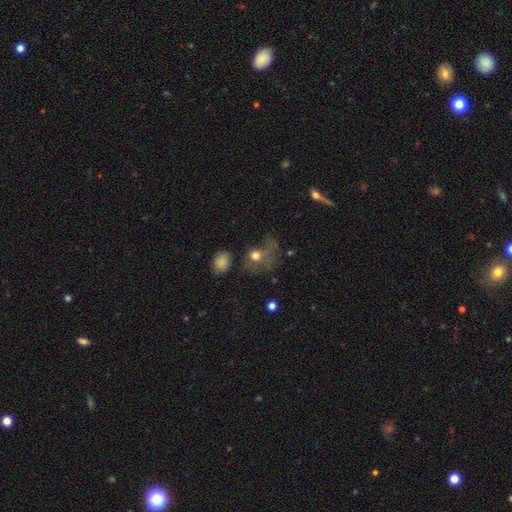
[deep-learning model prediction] smooth 62%, featured or disk 22%, star or artifact 15%. Down the decision tree: how rounded — round (56%); merging — major disturbance (46%).